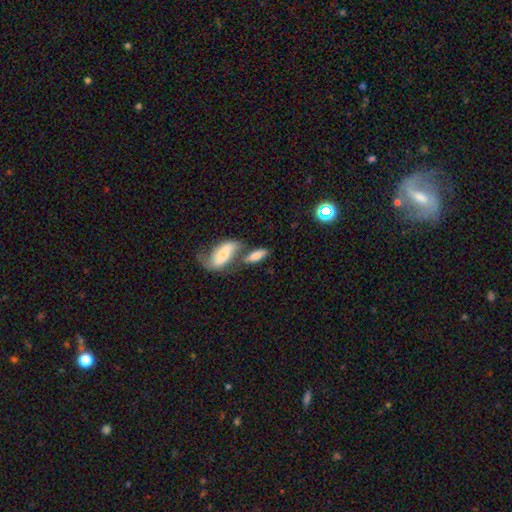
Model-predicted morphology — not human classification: type=smooth (70%); roundness=in between (68%); merging=merger (43%).